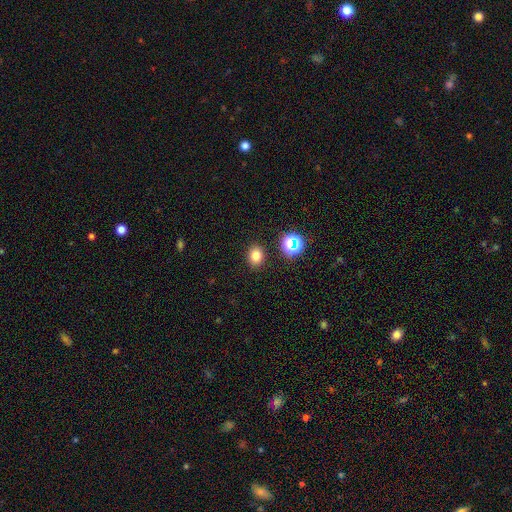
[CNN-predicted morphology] Smooth or featured: smooth — 77% (star or artifact — 16%)
How rounded: round — 62% (in between — 37%)
Merging: none — 87% (minor disturbance — 7%)